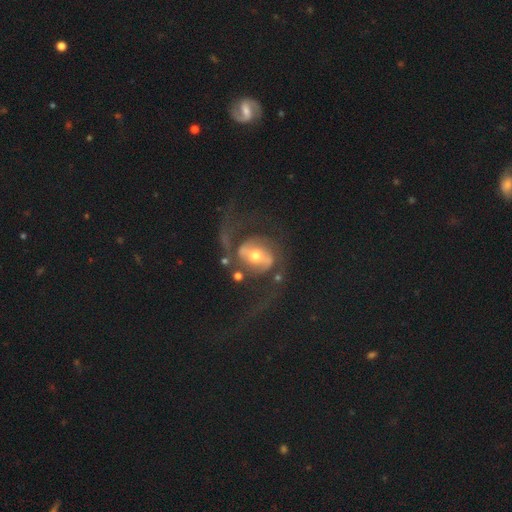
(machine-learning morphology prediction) Overall: featured or disk (84%). Edge-on disk: no (97%). Bar: weak (38%; strong 31%). Spiral arms: yes (91%). Spiral arm count: 2 (85%). Spiral winding: loose (45%; medium 42%). Bulge size: moderate (68%). Merging: none (50%; major disturbance 30%).